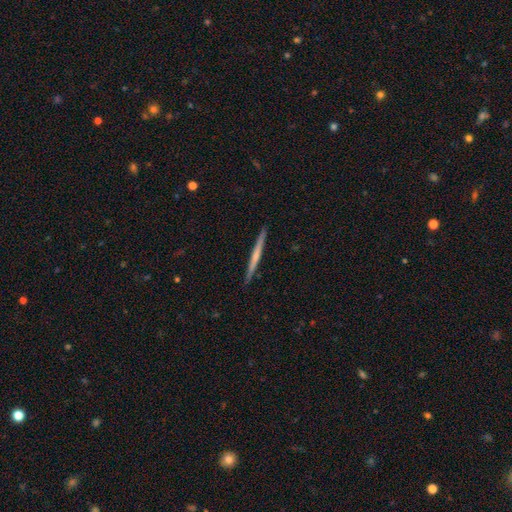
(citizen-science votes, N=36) Smooth or featured? featured or disk (56%)
Edge-on disk? yes (100%)
Edge-on bulge? none (75%)
Merging? none (94%)